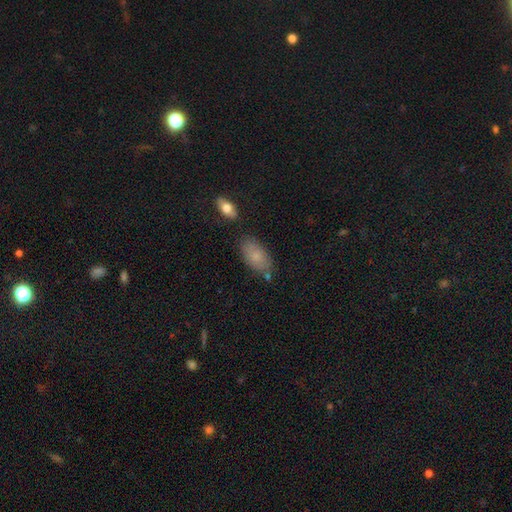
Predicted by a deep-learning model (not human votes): Overall: smooth (77%). How rounded: in between (93%). Merging: none (71%).